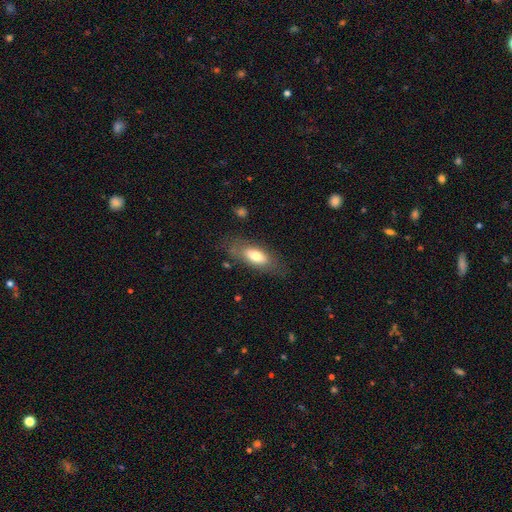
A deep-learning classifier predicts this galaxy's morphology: Smooth or featured: smooth — 69% (featured or disk — 25%)
How rounded: in between — 78% (cigar-shaped — 19%)
Merging: none — 73% (minor disturbance — 18%)